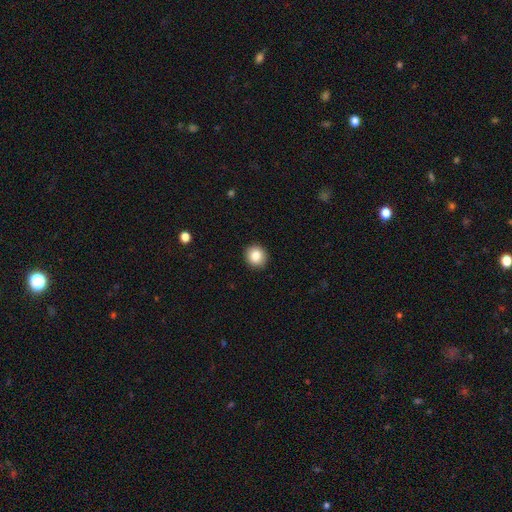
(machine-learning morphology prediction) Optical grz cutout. It shows a smooth galaxy with no disk features (84%) that is round (89%). Merging: none (92%).